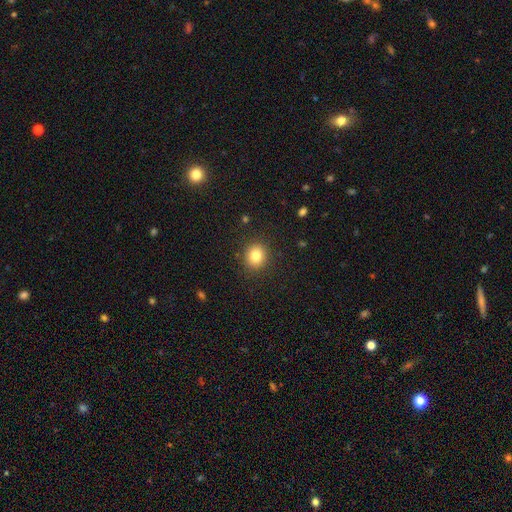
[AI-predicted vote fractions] smooth 82%, star or artifact 11%, featured or disk 7%. Down the decision tree: how rounded — round (81%); merging — none (89%).